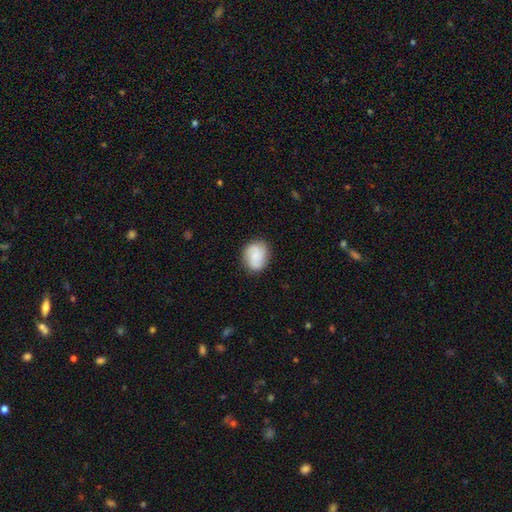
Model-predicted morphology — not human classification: This is likely a smooth galaxy (66%). How rounded: possibly in between (52%). Merging: clearly none (80%).